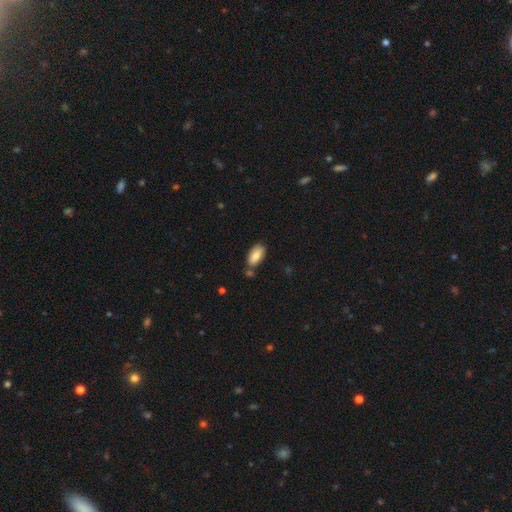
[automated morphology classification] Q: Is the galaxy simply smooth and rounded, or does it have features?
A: smooth — 82%.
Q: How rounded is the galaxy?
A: in between — 92%.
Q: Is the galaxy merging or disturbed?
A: none — 68%.